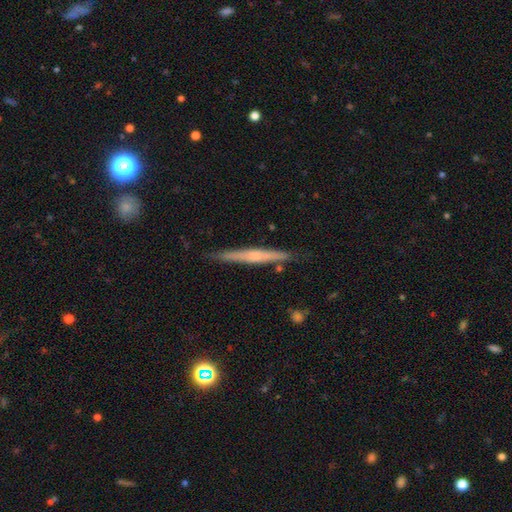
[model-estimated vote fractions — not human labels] Smooth or featured? featured or disk (61%)
Edge-on disk? yes (97%)
Edge-on bulge? rounded (50%)
Merging? none (85%)